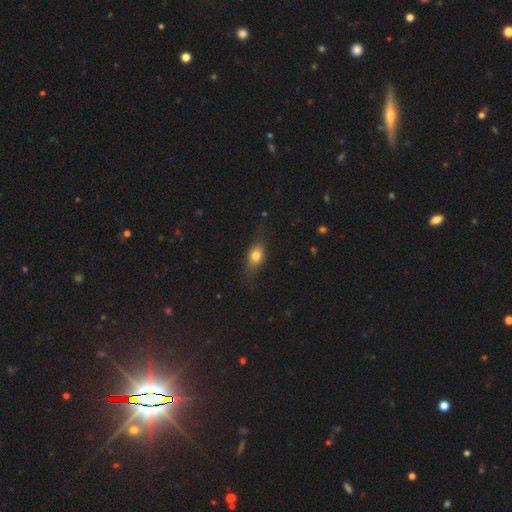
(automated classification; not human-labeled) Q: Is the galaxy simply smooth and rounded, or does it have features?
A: smooth — 74%.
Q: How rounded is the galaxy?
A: in between — 73%.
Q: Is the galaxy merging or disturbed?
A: none — 72%.